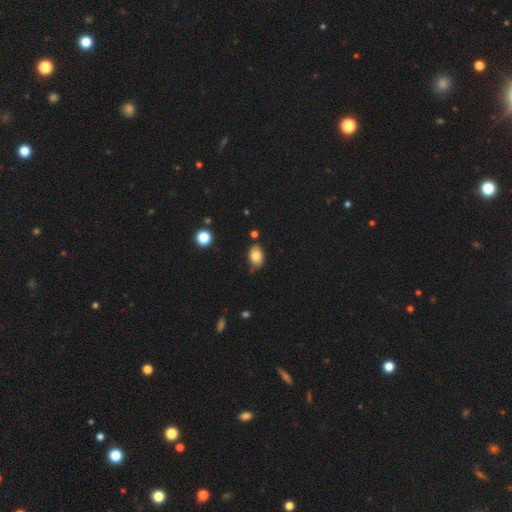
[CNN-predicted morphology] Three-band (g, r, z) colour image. It shows a smooth galaxy with no disk features (80%) that is in between round and cigar-shaped (83%). Merging: none (71%).